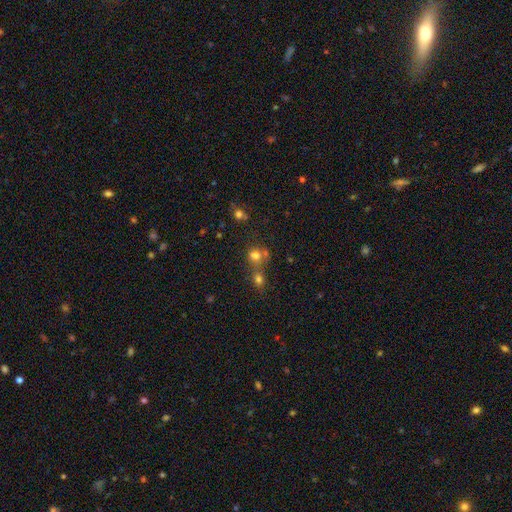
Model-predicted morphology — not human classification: This appears to be a smooth galaxy with no disk features (71%) that is round (73%). Merging: merger (45%).